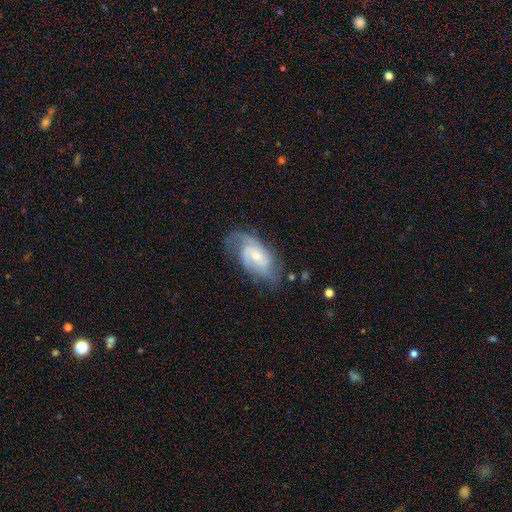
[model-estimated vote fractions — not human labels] Overall: featured or disk (81%). Edge-on disk: no (96%). Bar: no (54%; weak 38%). Spiral arms: yes (95%). Spiral arm count: 2 (45%; can't tell 21%). Spiral winding: medium (45%; tight 38%). Bulge size: small (52%; moderate 41%). Merging: none (64%).